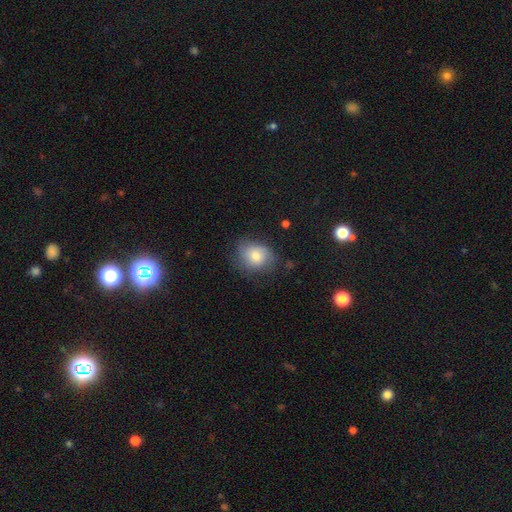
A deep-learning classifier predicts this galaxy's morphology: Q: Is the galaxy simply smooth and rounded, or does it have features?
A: smooth — 67%.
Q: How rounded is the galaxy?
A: in between — 53%.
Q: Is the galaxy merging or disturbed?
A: none — 63%.